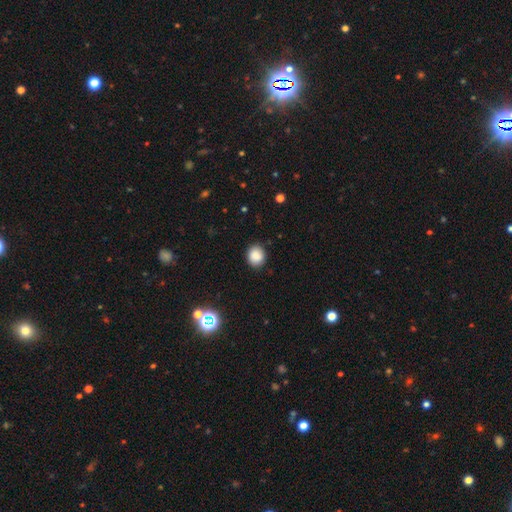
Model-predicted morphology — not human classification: Smooth or featured? smooth (87%)
How rounded? round (69%)
Merging? none (87%)